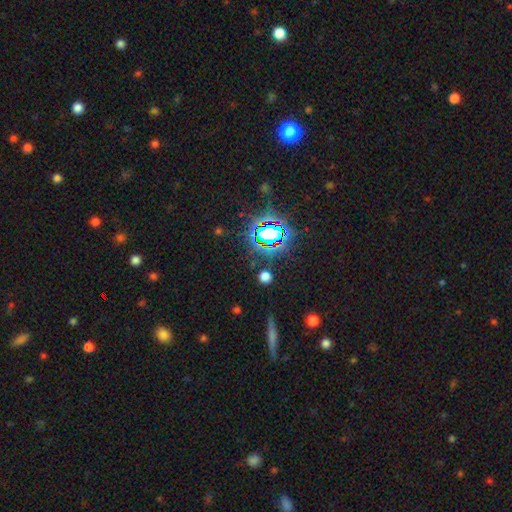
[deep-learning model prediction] Smooth or featured? star or artifact (75%)